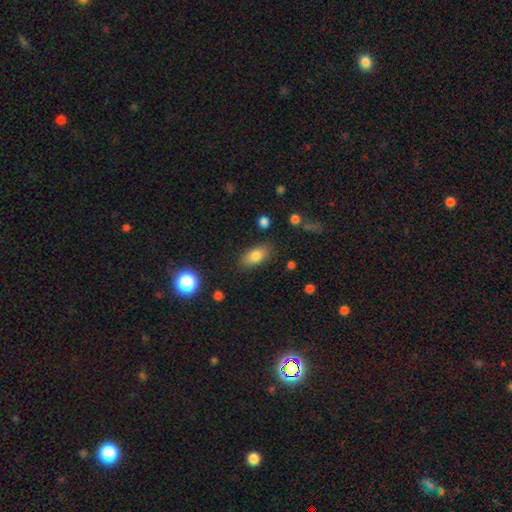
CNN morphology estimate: Q: Smooth or featured?
A: smooth (81%); runner-up: featured or disk (10%)
Q: How rounded?
A: in between (87%); runner-up: cigar-shaped (7%)
Q: Merging?
A: none (82%); runner-up: minor disturbance (12%)